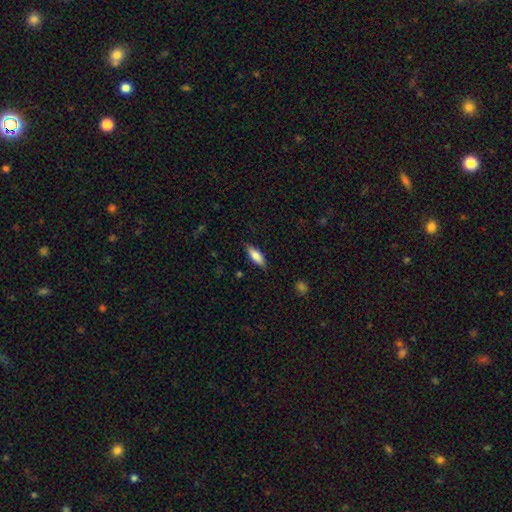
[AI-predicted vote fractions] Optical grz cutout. It shows a smooth galaxy with no disk features (79%) that is in between round and cigar-shaped (66%). Merging: none (83%).